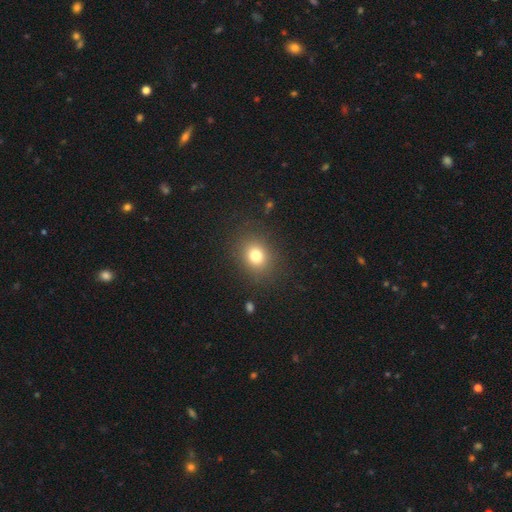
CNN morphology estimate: Smooth or featured? Predicted: smooth (p=0.77). How rounded? Predicted: round (p=0.67). Merging? Predicted: none (p=0.86).